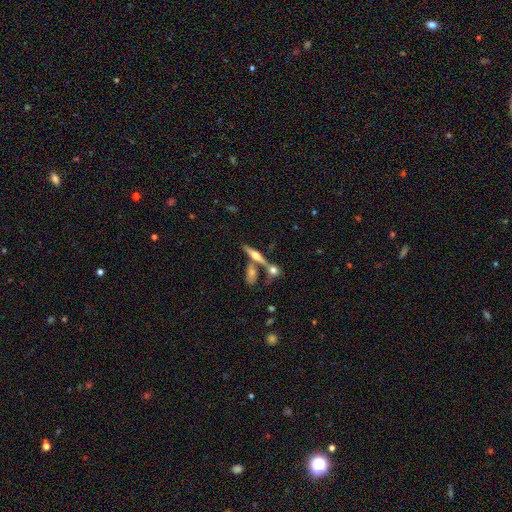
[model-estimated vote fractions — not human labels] Smooth or featured? featured or disk (69%)
Edge-on disk? yes (95%)
Edge-on bulge? rounded (93%)
Merging? none (61%)